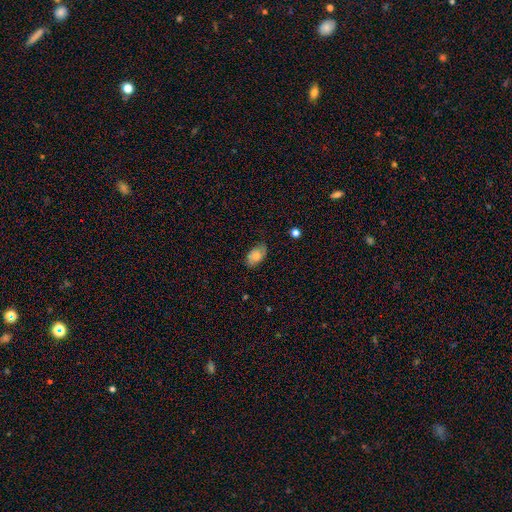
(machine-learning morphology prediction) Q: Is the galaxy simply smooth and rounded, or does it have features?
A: smooth — 67%.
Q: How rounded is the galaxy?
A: in between — 91%.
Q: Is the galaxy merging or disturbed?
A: none — 73%.